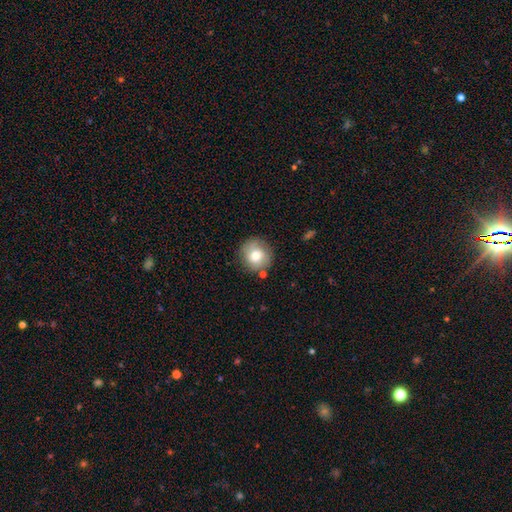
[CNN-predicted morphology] smooth 75%, featured or disk 16%, star or artifact 9%. Down the decision tree: how rounded — round (91%); merging — none (81%).